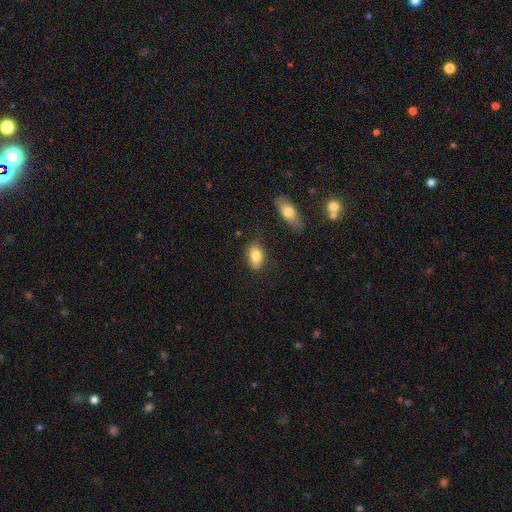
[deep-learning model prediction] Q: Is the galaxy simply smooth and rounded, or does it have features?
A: smooth — 83%.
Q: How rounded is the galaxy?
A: in between — 87%.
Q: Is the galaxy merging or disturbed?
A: none — 77%.